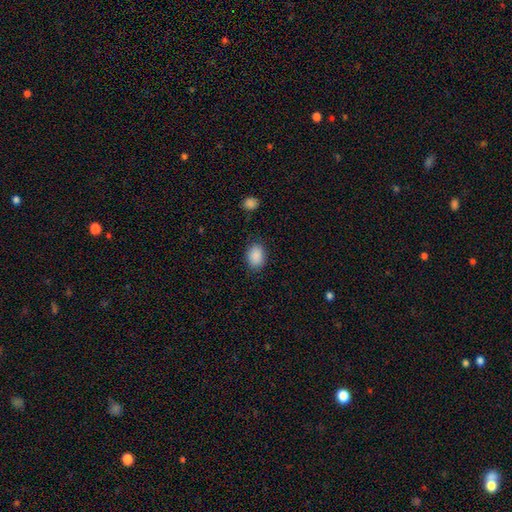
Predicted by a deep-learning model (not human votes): This appears to be a smooth galaxy with no disk features (89%) that is in between round and cigar-shaped (78%). Merging: none (83%).